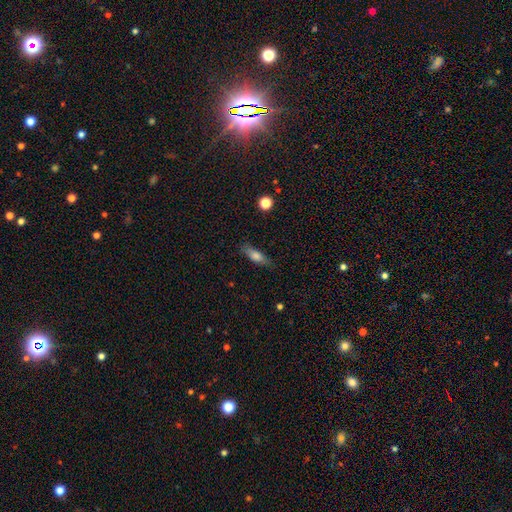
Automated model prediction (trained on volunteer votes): This appears to be a smooth galaxy with no disk features (69%) that is cigar-shaped (49%). Merging: none (80%).